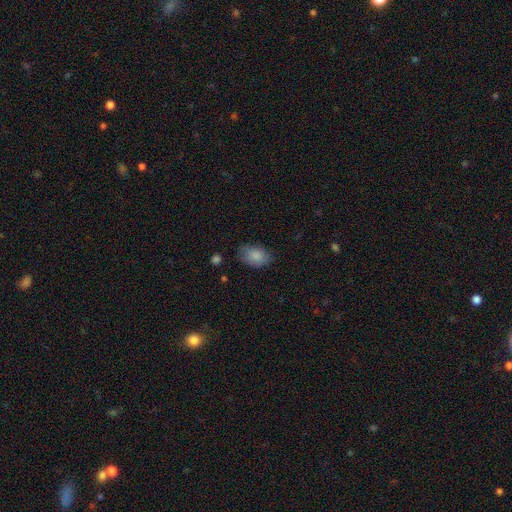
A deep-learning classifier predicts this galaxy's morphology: smooth_or_featured: smooth (p=0.83) [alt: featured or disk p=0.10]
how_rounded: in between (p=0.85) [alt: round p=0.14]
merging: none (p=0.68) [alt: minor disturbance p=0.25]